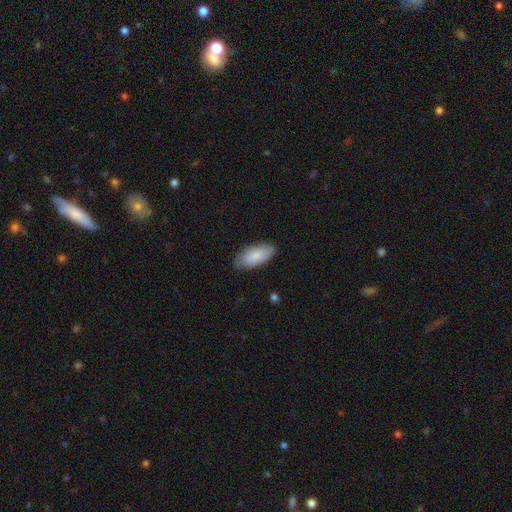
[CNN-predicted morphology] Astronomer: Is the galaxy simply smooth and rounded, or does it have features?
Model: smooth — 86%.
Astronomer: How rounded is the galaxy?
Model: in between — 88%.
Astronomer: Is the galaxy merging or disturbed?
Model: none — 82%.